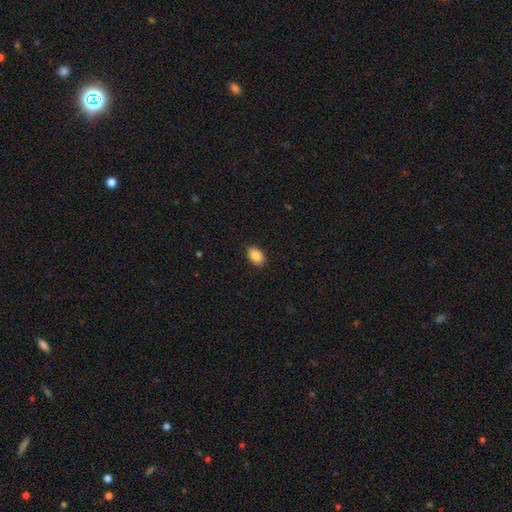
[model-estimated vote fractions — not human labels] smooth 89%, star or artifact 7%, featured or disk 3%. Down the decision tree: how rounded — in between (88%); merging — none (88%).